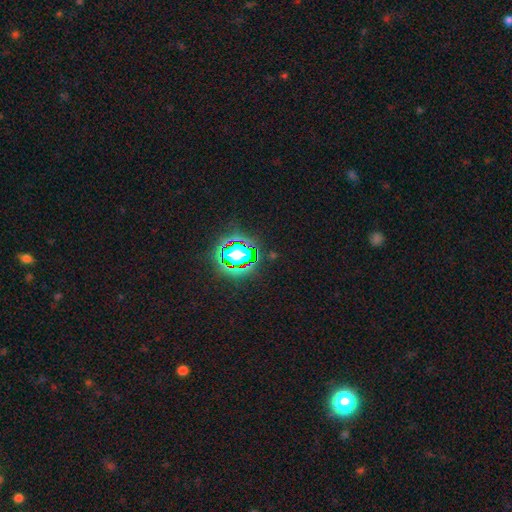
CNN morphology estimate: A star or artifact, not a galaxy (80%).

Vote fractions:
- Smooth or featured? star or artifact: 80% / smooth: 13% / featured or disk: 7%